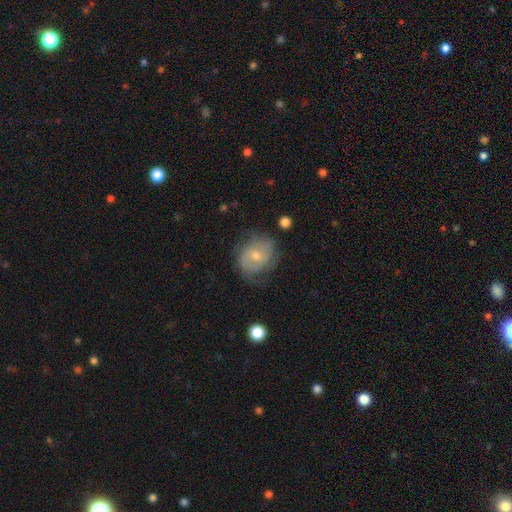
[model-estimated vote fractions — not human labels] A featured or disk galaxy (51%).

Vote fractions:
- Smooth or featured? featured or disk: 51% / smooth: 41% / star or artifact: 7%
- Edge-on disk? no: 97% / yes: 3%
- Merging? none: 58% / minor disturbance: 27% / major disturbance: 14% / merger: 2%